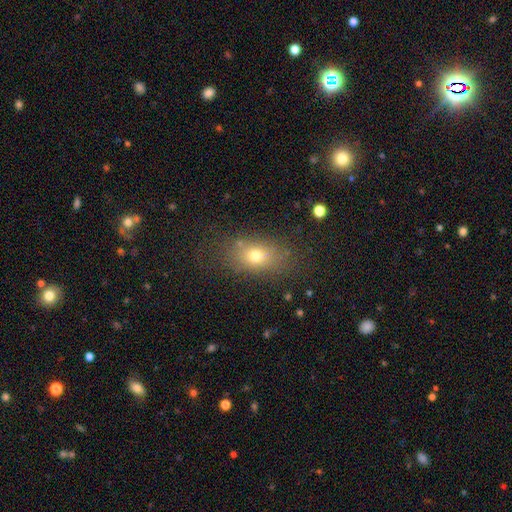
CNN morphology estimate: Smooth or featured?
  - smooth: 71% *
  - featured or disk: 15%
  - star or artifact: 14%
How rounded?
  - in between: 74% *
  - round: 23%
  - cigar-shaped: 3%
Merging?
  - none: 73% *
  - minor disturbance: 16%
  - major disturbance: 8%
  - merger: 3%